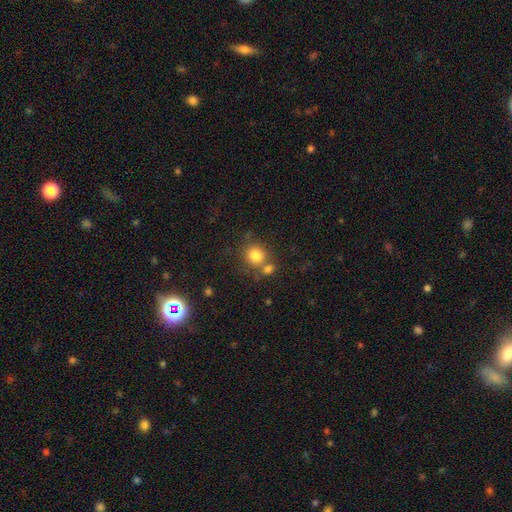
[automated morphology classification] Smooth or featured? smooth (81%)
How rounded? round (87%)
Merging? none (62%)